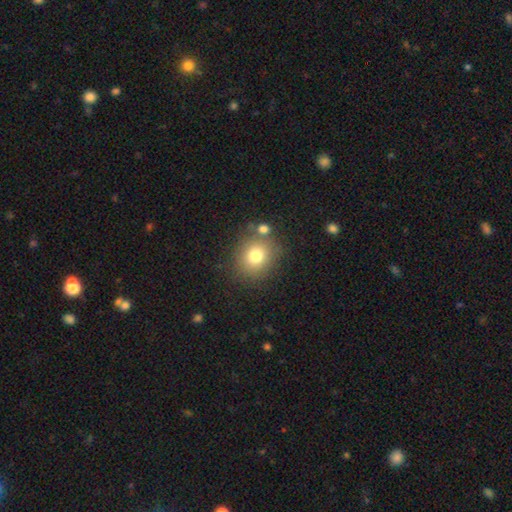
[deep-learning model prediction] smooth-or-featured: smooth: 76% | star or artifact: 13% | featured or disk: 11%
  how-rounded: round: 78% | in between: 21% | cigar-shaped: 1%
  merging: none: 74% | minor disturbance: 11% | merger: 11% | major disturbance: 4%